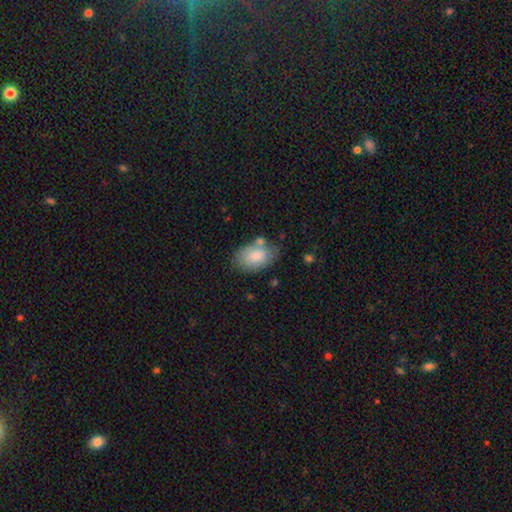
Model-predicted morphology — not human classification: Q: Smooth or featured?
A: smooth (78%); runner-up: featured or disk (15%)
Q: How rounded?
A: in between (88%); runner-up: round (11%)
Q: Merging?
A: none (62%); runner-up: minor disturbance (21%)